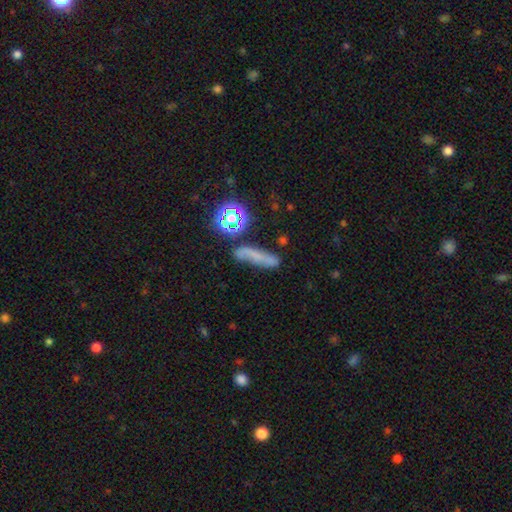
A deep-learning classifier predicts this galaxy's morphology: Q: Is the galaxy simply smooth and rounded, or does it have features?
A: smooth — 51%.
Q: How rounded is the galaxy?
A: cigar-shaped — 68%.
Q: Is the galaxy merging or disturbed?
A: none — 57%.